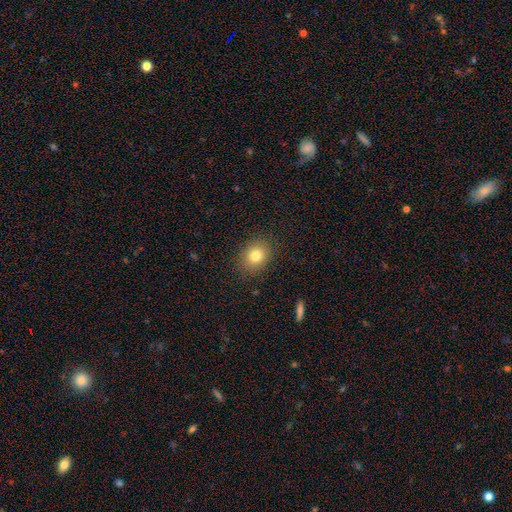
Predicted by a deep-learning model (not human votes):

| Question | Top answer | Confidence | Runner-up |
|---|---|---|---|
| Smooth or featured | smooth | 80% | star or artifact (11%) |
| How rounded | round | 51% | in between (48%) |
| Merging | none | 87% | minor disturbance (9%) |